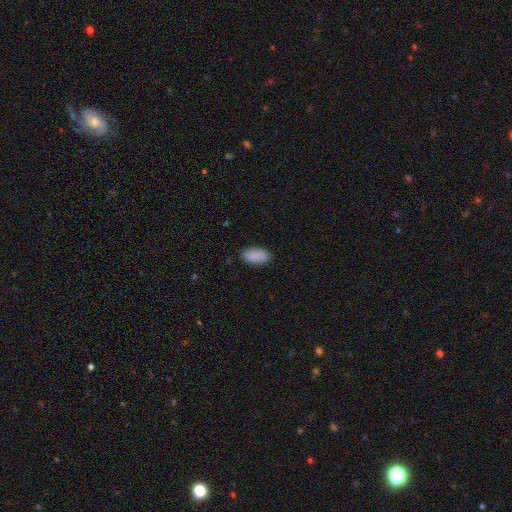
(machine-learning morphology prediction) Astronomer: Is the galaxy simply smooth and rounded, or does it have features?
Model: smooth — 90%.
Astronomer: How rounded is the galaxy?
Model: in between — 94%.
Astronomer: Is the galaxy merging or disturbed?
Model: none — 87%.